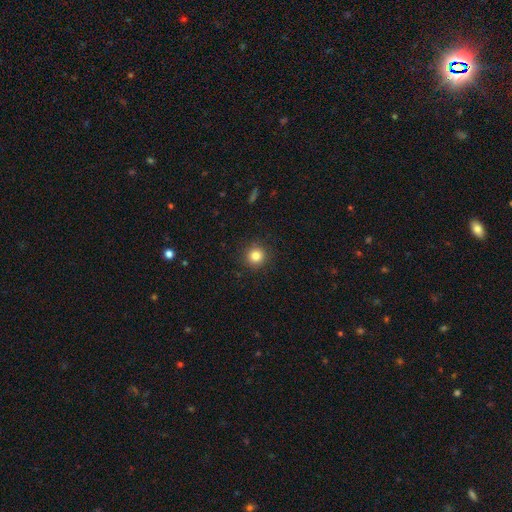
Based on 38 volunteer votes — Smooth or featured? smooth (79%)
How rounded? round (97%)
Merging? none (77%)